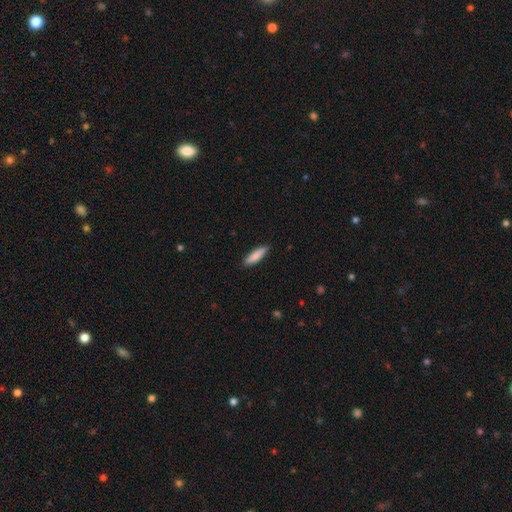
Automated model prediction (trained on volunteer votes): A smooth galaxy with no disk features (82%) that is cigar-shaped (73%).

Vote fractions:
- Smooth or featured? smooth: 82% / featured or disk: 12% / star or artifact: 5%
- How rounded? cigar-shaped: 73% / in between: 25% / round: 1%
- Merging? none: 88% / minor disturbance: 9% / major disturbance: 2% / merger: 1%